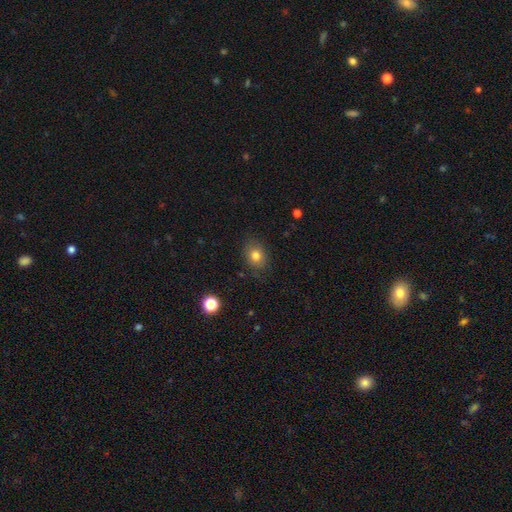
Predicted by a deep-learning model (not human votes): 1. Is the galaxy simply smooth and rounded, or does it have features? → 78% smooth, 11% star or artifact, 11% featured or disk.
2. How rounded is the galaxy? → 55% in between, 44% round, 1% cigar-shaped.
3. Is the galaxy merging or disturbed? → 79% none, 15% minor disturbance, 4% major disturbance, 1% merger.